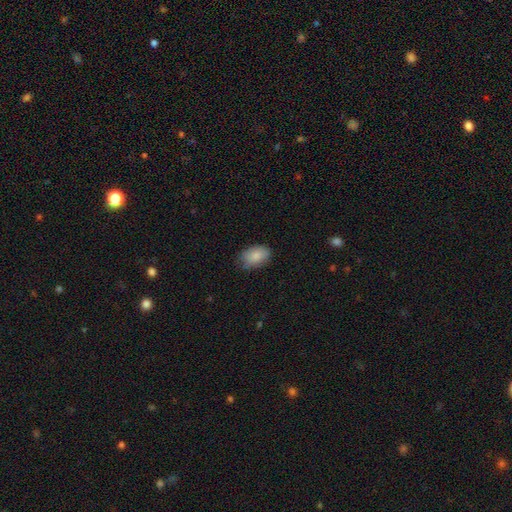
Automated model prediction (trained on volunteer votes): This appears to be a smooth galaxy with no disk features (85%) that is in between round and cigar-shaped (89%). Merging: none (74%).